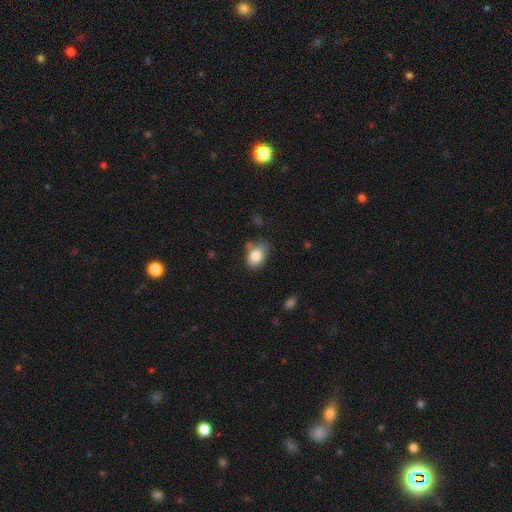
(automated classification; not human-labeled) The model was most divided on "merging": none: 59%, minor disturbance: 28%, major disturbance: 7%, merger: 6%. More confident: smooth or featured — smooth (83%); how rounded — in between (74%).